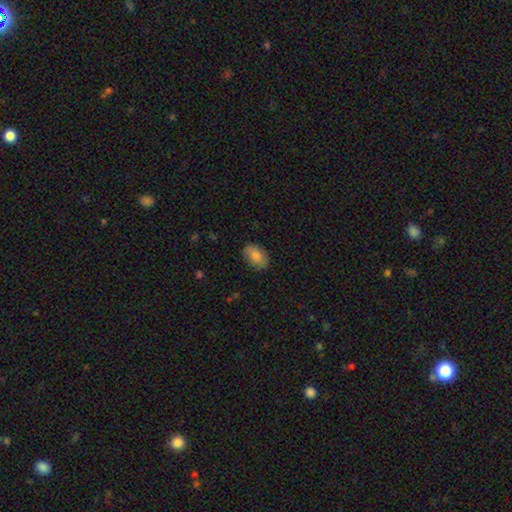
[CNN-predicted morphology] smooth 82%, featured or disk 11%, star or artifact 7%. Down the decision tree: how rounded — in between (90%); merging — none (86%).